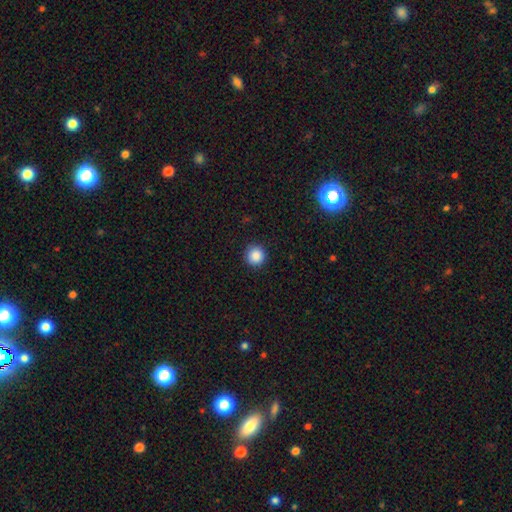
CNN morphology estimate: Smooth or featured? smooth (87%)
How rounded? round (95%)
Merging? none (92%)